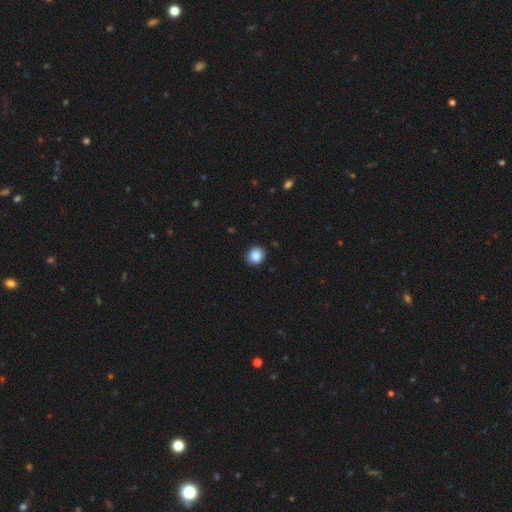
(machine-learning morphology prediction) Smooth or featured? Predicted: smooth (p=0.87). How rounded? Predicted: round (p=0.83). Merging? Predicted: none (p=0.89).